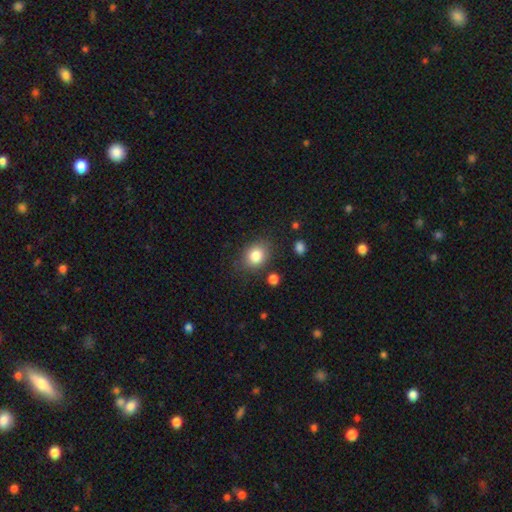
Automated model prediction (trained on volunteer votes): Overall: smooth (83%). How rounded: round (50%; in between 49%). Merging: none (79%).